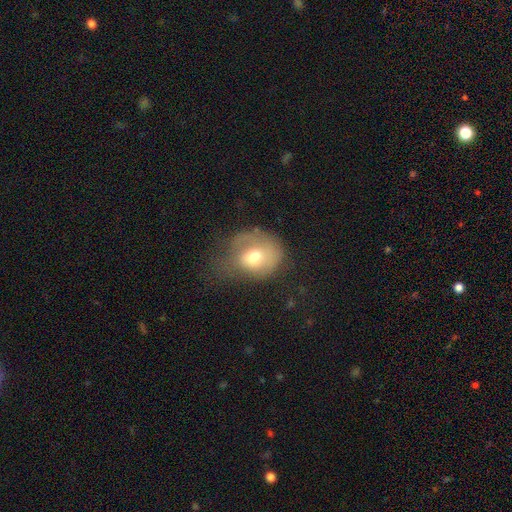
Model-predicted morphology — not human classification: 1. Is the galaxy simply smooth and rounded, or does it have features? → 64% smooth, 27% featured or disk, 9% star or artifact.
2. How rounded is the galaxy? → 62% round, 37% in between, 1% cigar-shaped.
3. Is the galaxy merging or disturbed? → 35% major disturbance, 31% minor disturbance, 30% none, 3% merger.